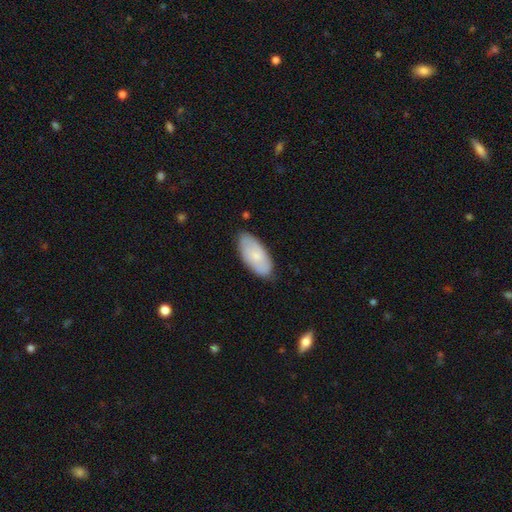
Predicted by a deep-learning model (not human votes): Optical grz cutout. It shows a smooth galaxy with no disk features (71%) that is in between round and cigar-shaped (92%). Merging: none (80%).